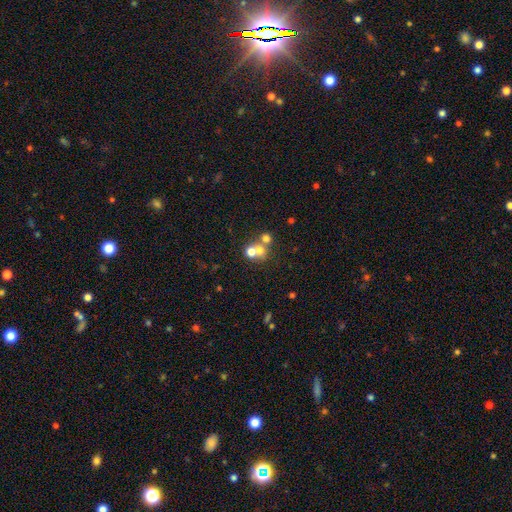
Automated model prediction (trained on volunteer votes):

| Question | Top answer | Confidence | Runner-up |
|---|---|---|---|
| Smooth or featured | smooth | 59% | featured or disk (21%) |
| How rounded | round | 79% | in between (19%) |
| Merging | merger | 56% | none (34%) |